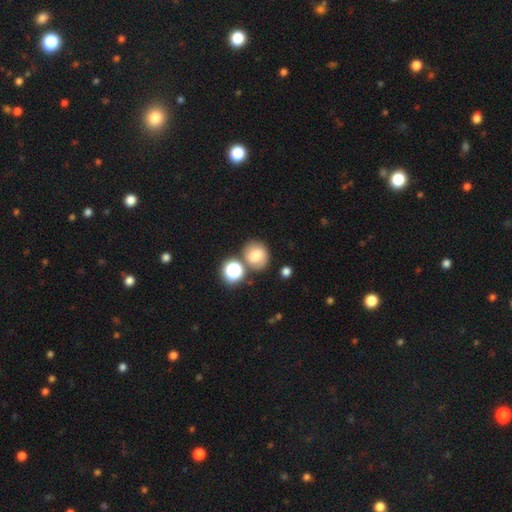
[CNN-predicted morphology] Smooth or featured? smooth (69%)
How rounded? round (70%)
Merging? none (65%)